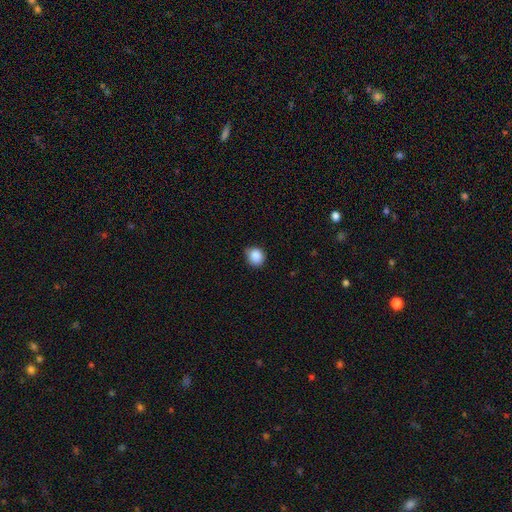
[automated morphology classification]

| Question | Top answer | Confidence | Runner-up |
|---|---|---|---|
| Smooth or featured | smooth | 88% | star or artifact (9%) |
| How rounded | round | 78% | in between (21%) |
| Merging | none | 75% | minor disturbance (21%) |